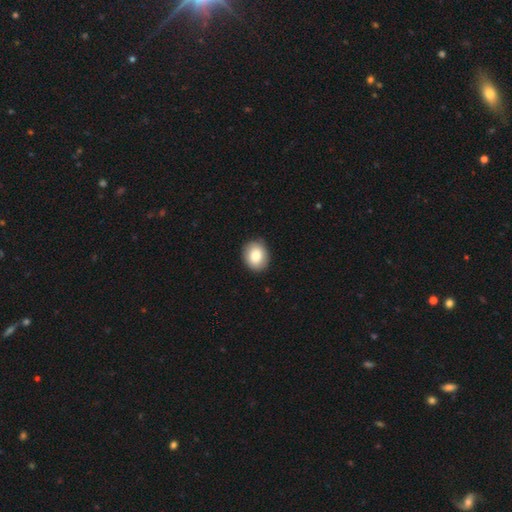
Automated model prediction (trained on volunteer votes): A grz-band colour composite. It shows a smooth galaxy with no disk features (83%) that is round (61%). Merging: none (88%).